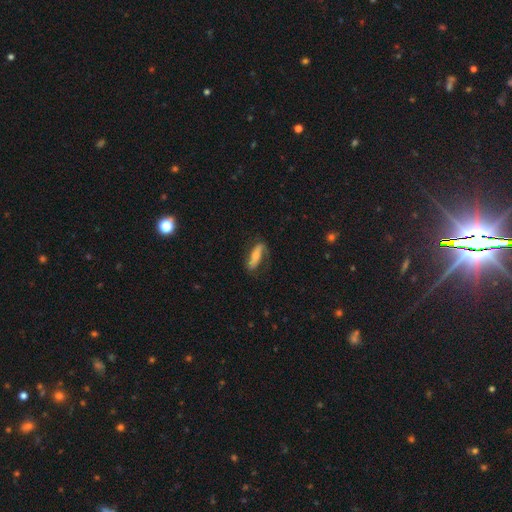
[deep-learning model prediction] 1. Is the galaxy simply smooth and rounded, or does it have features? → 54% featured or disk, 40% smooth, 7% star or artifact.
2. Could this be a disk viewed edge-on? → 75% no, 25% yes.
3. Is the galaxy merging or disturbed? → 63% none, 22% minor disturbance, 14% major disturbance, 2% merger.